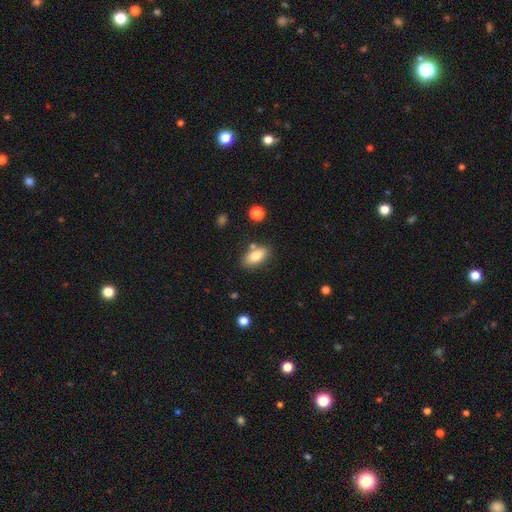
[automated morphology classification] smooth_or_featured: smooth (p=0.79) [alt: featured or disk p=0.13]
how_rounded: in between (p=0.88) [alt: cigar-shaped p=0.07]
merging: none (p=0.76) [alt: minor disturbance p=0.13]